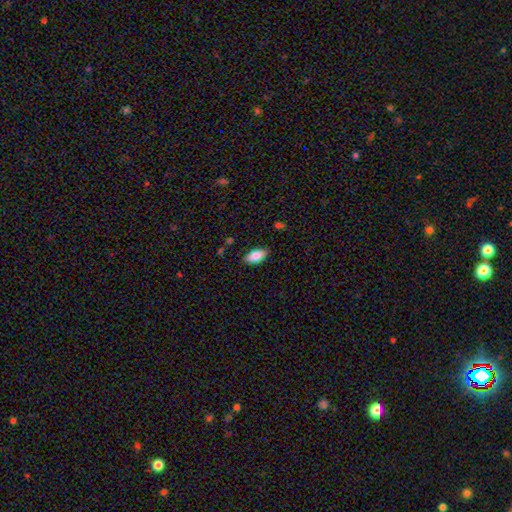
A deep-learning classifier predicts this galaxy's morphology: This appears to be a smooth galaxy with no disk features (83%) that is in between round and cigar-shaped (91%). Merging: none (86%).